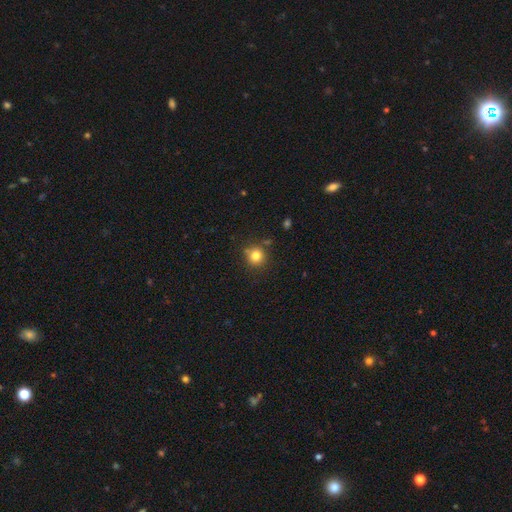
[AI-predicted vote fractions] This appears to be a smooth galaxy with no disk features (81%) that is round (93%). Merging: none (81%).